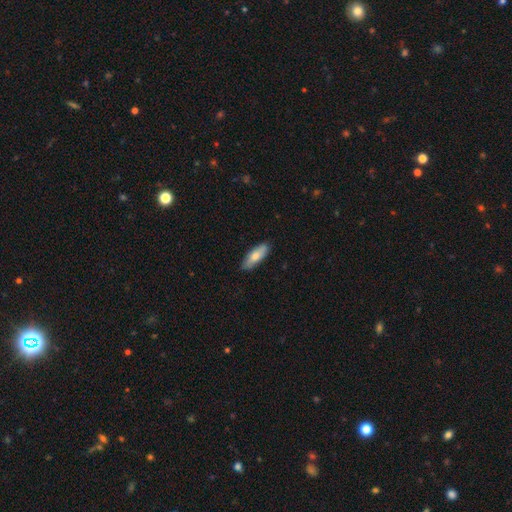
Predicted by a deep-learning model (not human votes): Overall: smooth (70%). How rounded: in between (58%; cigar-shaped 40%). Merging: none (87%).